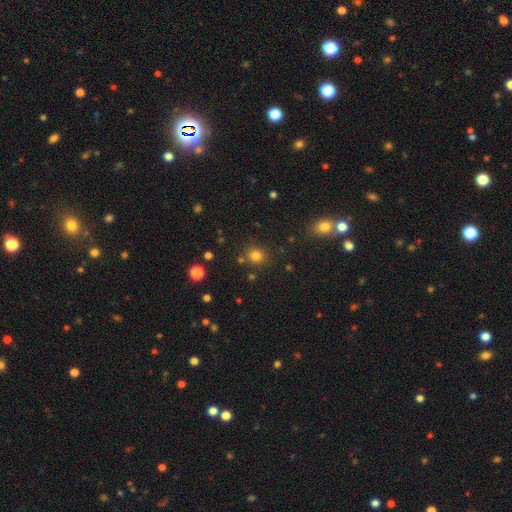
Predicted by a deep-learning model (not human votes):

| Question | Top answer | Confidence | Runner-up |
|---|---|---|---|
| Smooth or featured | smooth | 79% | star or artifact (16%) |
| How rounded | round | 84% | in between (15%) |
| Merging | none | 82% | minor disturbance (9%) |